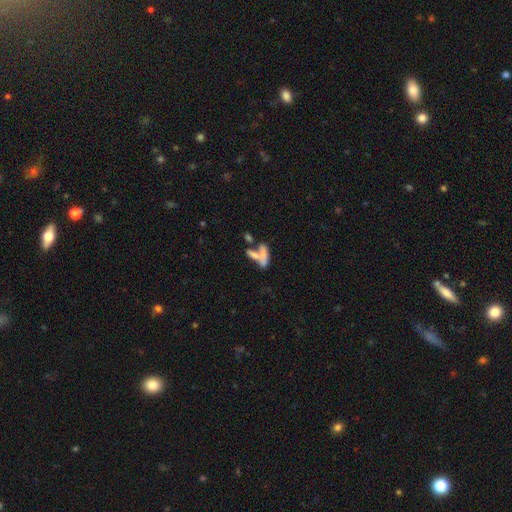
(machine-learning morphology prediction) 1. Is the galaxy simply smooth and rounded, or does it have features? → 53% smooth, 32% featured or disk, 14% star or artifact.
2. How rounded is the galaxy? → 55% in between, 38% cigar-shaped, 7% round.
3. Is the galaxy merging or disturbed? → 54% merger, 26% none, 11% major disturbance, 10% minor disturbance.